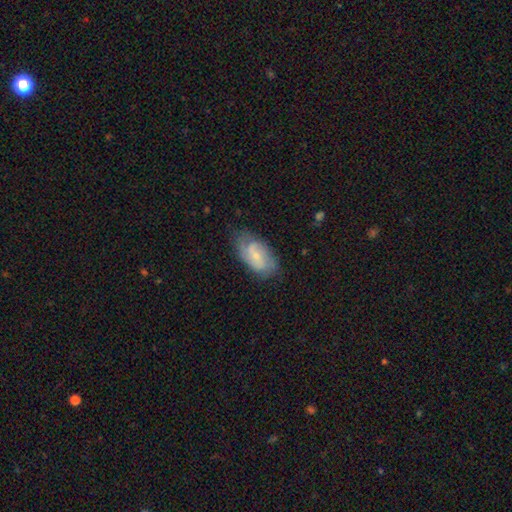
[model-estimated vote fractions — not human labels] Smooth or featured: featured or disk — 60% (smooth — 33%)
Edge-on disk: no — 95% (yes — 5%)
Bar: no — 50% (weak — 41%)
Spiral arms: yes — 86% (no — 14%)
Bulge size: small — 69% (moderate — 25%)
Merging: none — 66% (minor disturbance — 24%)